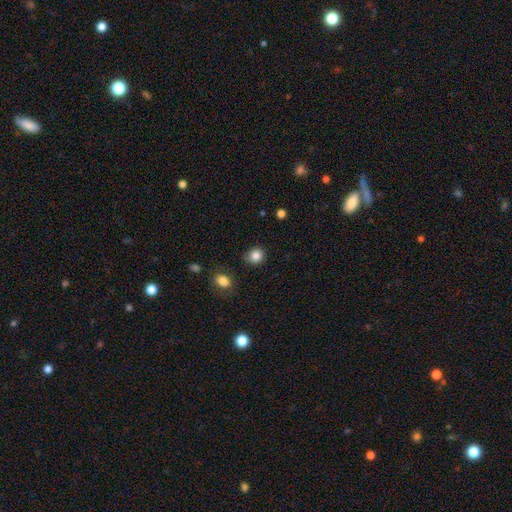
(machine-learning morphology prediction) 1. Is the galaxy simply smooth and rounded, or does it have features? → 85% smooth, 10% star or artifact, 5% featured or disk.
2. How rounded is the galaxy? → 77% round, 22% in between, 1% cigar-shaped.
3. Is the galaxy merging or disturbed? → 84% none, 11% minor disturbance, 3% major disturbance, 2% merger.